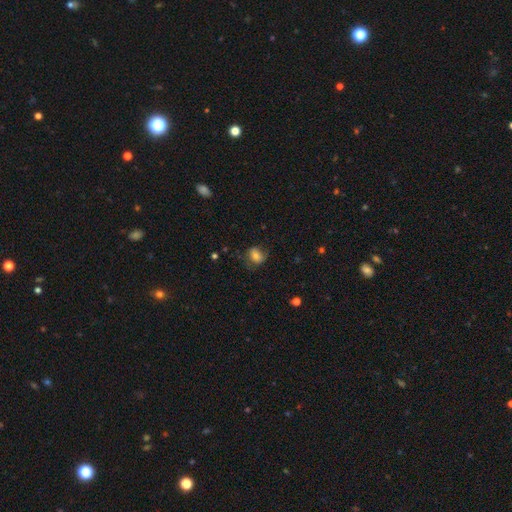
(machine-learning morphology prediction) type=smooth (70%); roundness=round (50%); merging=none (62%).